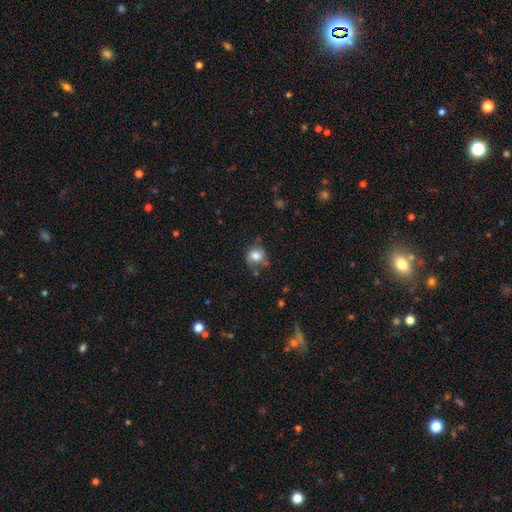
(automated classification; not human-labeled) smooth 77%, featured or disk 14%, star or artifact 10%. Down the decision tree: how rounded — round (75%); merging — none (56%).